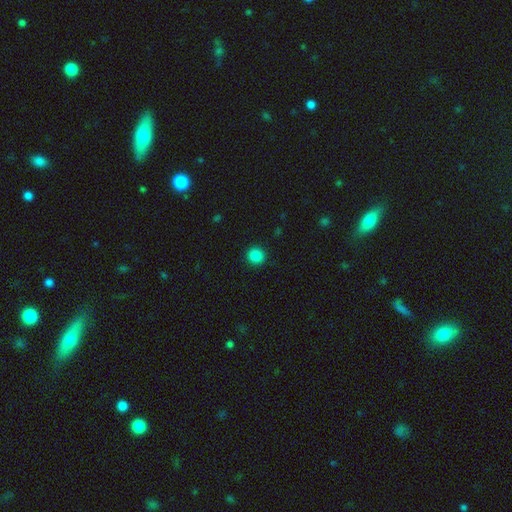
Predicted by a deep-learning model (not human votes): Smooth or featured?
  - smooth: 87% *
  - star or artifact: 10%
  - featured or disk: 3%
How rounded?
  - round: 91% *
  - in between: 8%
  - cigar-shaped: 1%
Merging?
  - none: 92% *
  - minor disturbance: 5%
  - major disturbance: 2%
  - merger: 1%